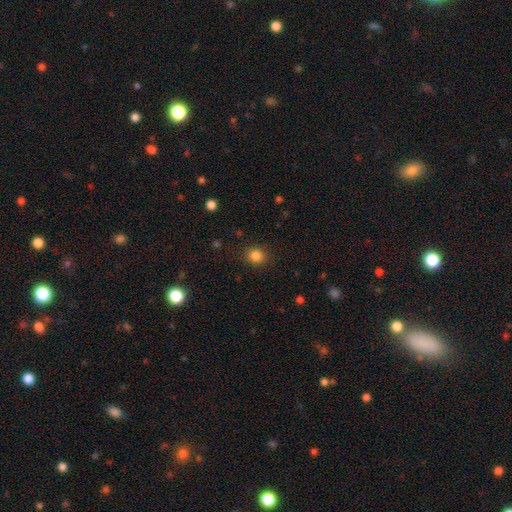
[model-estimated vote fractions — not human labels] This is clearly a smooth galaxy (84%). How rounded: likely round (78%). Merging: clearly none (88%).